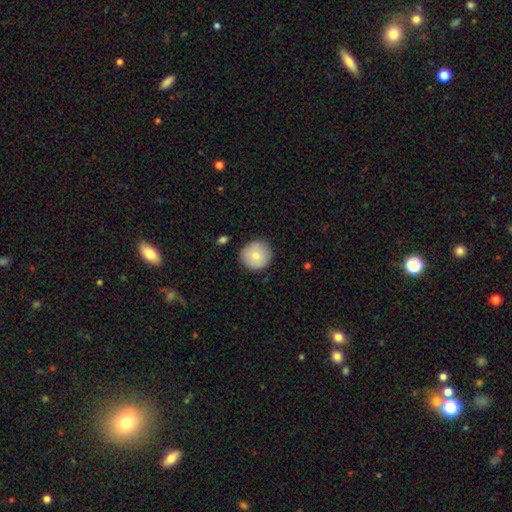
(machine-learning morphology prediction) smooth 81%, featured or disk 12%, star or artifact 7%. Down the decision tree: how rounded — round (94%); merging — none (87%).